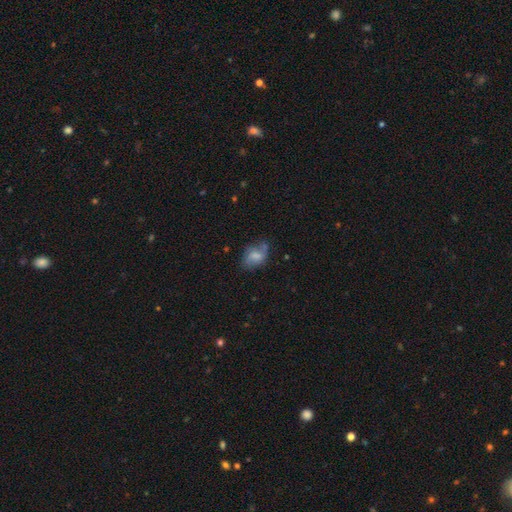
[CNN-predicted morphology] Smooth or featured? Predicted: smooth (p=0.56). How rounded? Predicted: in between (p=0.79). Merging? Predicted: none (p=0.47).